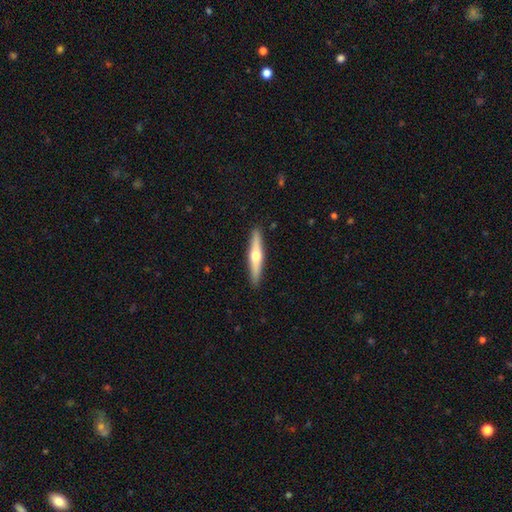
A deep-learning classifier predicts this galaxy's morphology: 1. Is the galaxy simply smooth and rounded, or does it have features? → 58% featured or disk, 37% smooth, 5% star or artifact.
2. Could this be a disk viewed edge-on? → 96% yes, 4% no.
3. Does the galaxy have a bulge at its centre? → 93% rounded, 4% none, 3% boxy.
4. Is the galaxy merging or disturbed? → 91% none, 6% minor disturbance, 1% major disturbance, 1% merger.